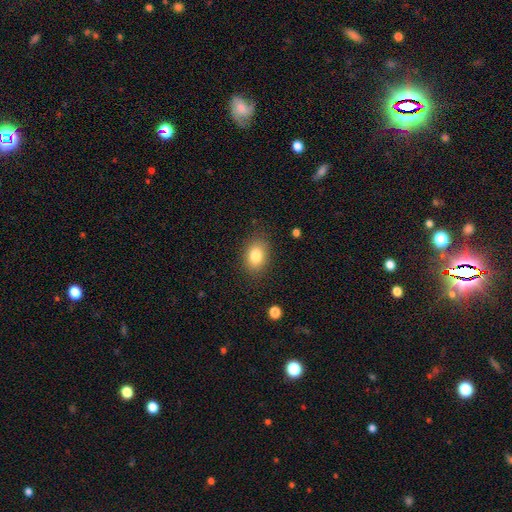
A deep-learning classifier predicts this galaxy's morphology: Q: Smooth or featured?
A: smooth (83%); runner-up: star or artifact (9%)
Q: How rounded?
A: in between (73%); runner-up: round (26%)
Q: Merging?
A: none (84%); runner-up: minor disturbance (11%)